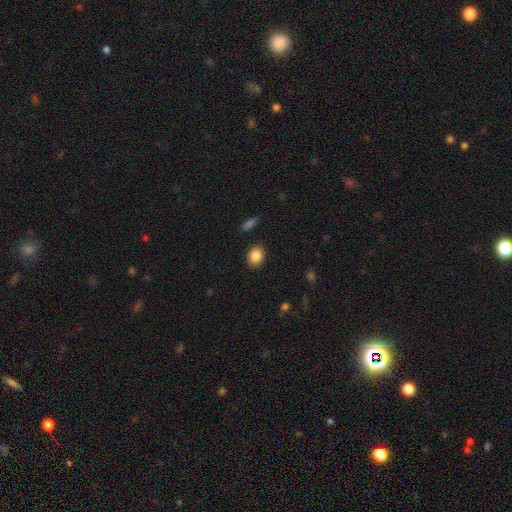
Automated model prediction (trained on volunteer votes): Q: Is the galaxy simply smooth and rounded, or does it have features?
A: smooth — 86%.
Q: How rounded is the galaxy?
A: round — 50%.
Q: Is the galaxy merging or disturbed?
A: none — 89%.